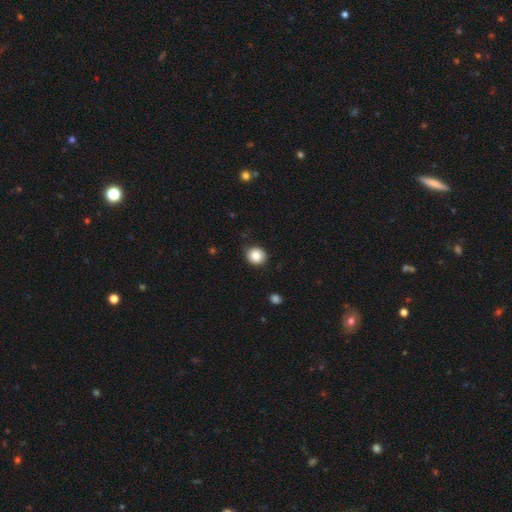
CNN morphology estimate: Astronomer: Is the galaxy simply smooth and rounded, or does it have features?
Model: smooth — 84%.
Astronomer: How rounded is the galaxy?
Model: round — 84%.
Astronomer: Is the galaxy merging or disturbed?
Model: none — 83%.